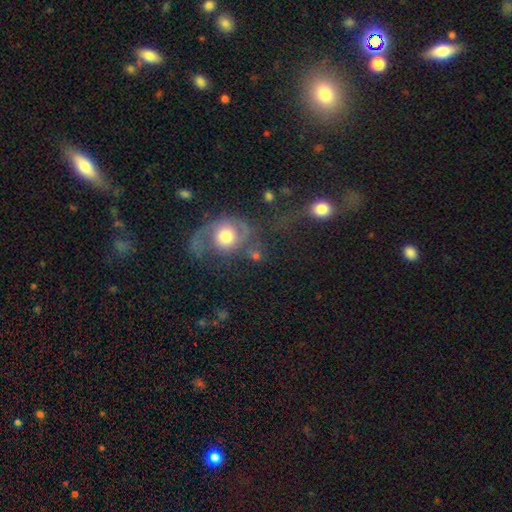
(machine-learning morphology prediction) smooth-or-featured: featured or disk: 40% | smooth: 38% | star or artifact: 22%
  merging: none: 50% | major disturbance: 22% | minor disturbance: 17% | merger: 11%